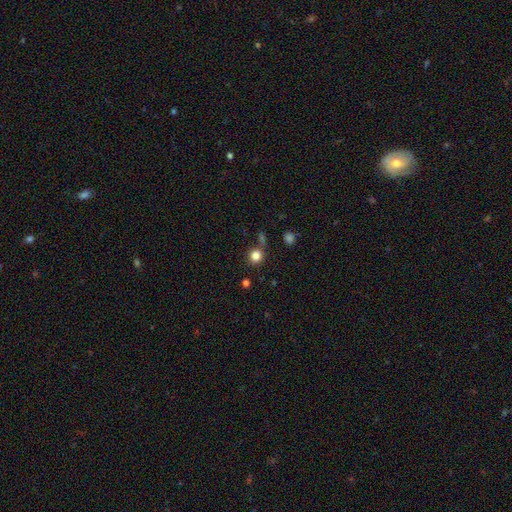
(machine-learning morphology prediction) A smooth galaxy with no disk features (82%) that is round (92%). Merging: none (76%).